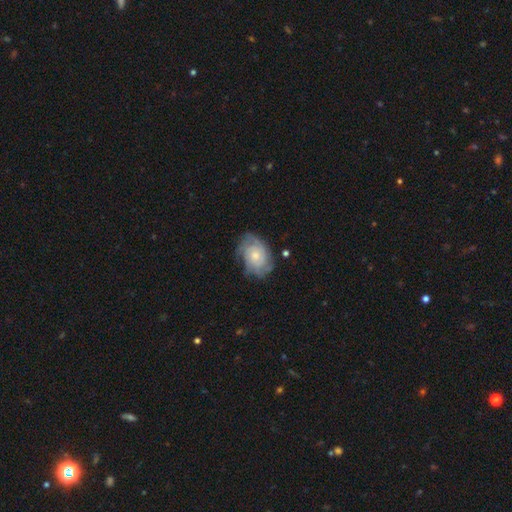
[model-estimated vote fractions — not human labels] Smooth or featured?
  - featured or disk: 65% *
  - smooth: 29%
  - star or artifact: 7%
Edge-on disk?
  - no: 97% *
  - yes: 3%
Bar?
  - no: 81% *
  - weak: 17%
  - strong: 2%
Spiral arms?
  - yes: 85% *
  - no: 15%
Spiral winding?
  - tight: 60% *
  - medium: 30%
  - loose: 10%
Spiral arm count?
  - can't tell: 50% *
  - 2: 17%
  - 3: 14%
  - 4: 9%
  - 1: 5%
  - more than 4: 5%
Bulge size?
  - moderate: 44% * (tied)
  - small: 44% * (tied)
  - large: 7%
  - none: 4%
  - dominant: 1%
Merging?
  - none: 65% *
  - minor disturbance: 23%
  - major disturbance: 10%
  - merger: 2%